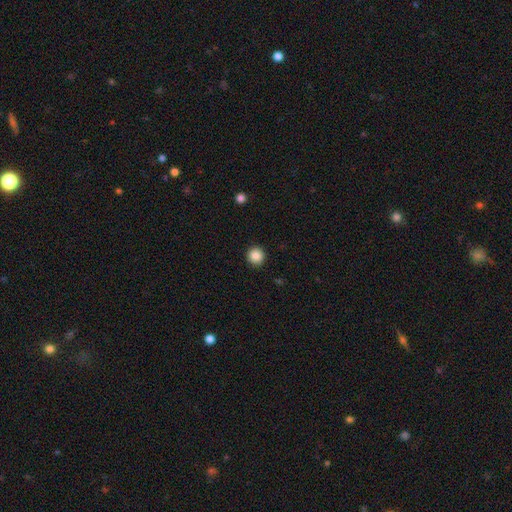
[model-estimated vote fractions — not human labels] Smooth or featured?
  - smooth: 87% *
  - star or artifact: 9%
  - featured or disk: 4%
How rounded?
  - round: 94% *
  - in between: 5%
  - cigar-shaped: 1%
Merging?
  - none: 93% *
  - minor disturbance: 5%
  - major disturbance: 2%
  - merger: 1%